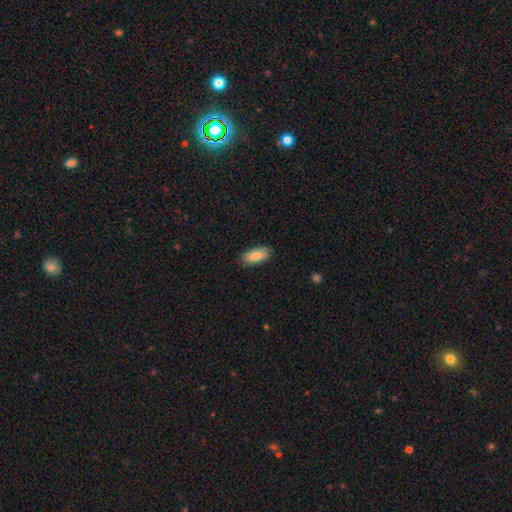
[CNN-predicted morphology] smooth 83%, featured or disk 11%, star or artifact 6%. Down the decision tree: how rounded — in between (86%); merging — none (88%).